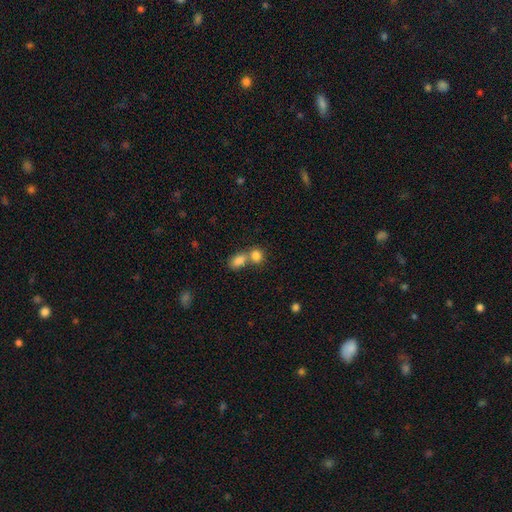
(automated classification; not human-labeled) A smooth galaxy with no disk features (83%) that is round (51%).

Vote fractions:
- Smooth or featured? smooth: 83% / star or artifact: 10% / featured or disk: 8%
- How rounded? round: 51% / in between: 48% / cigar-shaped: 2%
- Merging? merger: 58% / none: 33% / minor disturbance: 6% / major disturbance: 3%